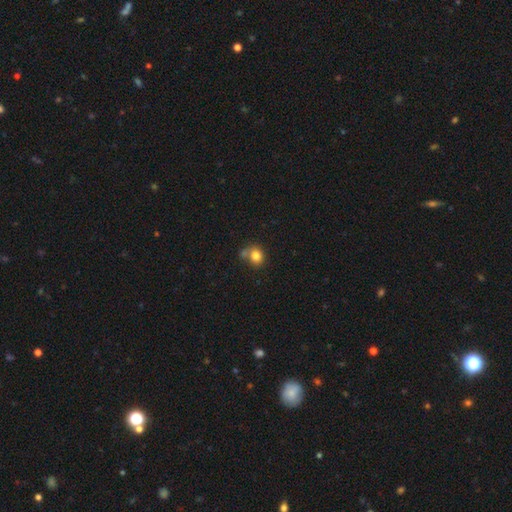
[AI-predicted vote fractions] Morphology: type=smooth (82%); roundness=round (67%); merging=none (54%).